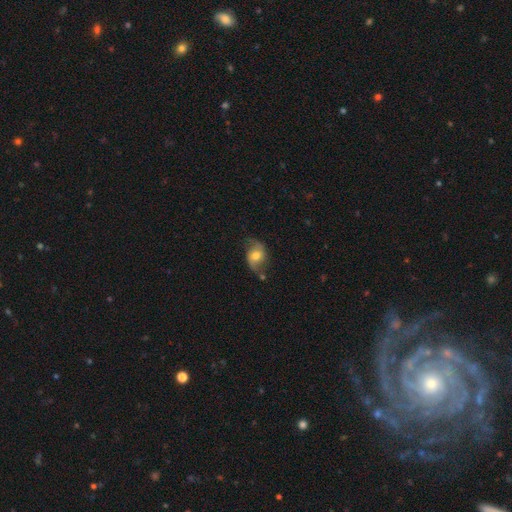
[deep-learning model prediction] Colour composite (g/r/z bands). It shows a featured or disk galaxy (53%) with no bar (57%), spiral arms (81%) and a moderate central bulge (67%). Merging: none (60%).